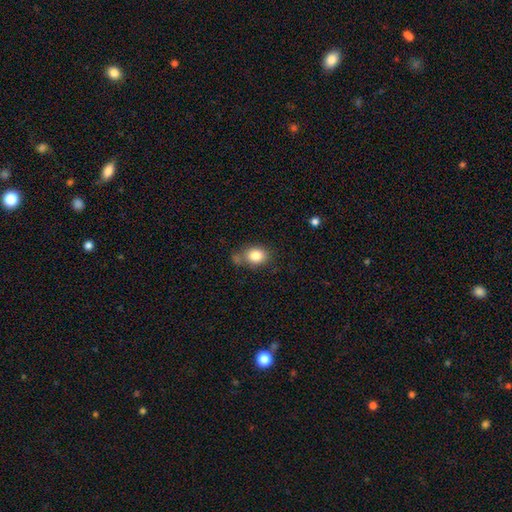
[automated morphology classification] Q: Smooth or featured?
A: smooth (83%); runner-up: star or artifact (9%)
Q: How rounded?
A: in between (52%); runner-up: round (47%)
Q: Merging?
A: none (61%); runner-up: minor disturbance (20%)